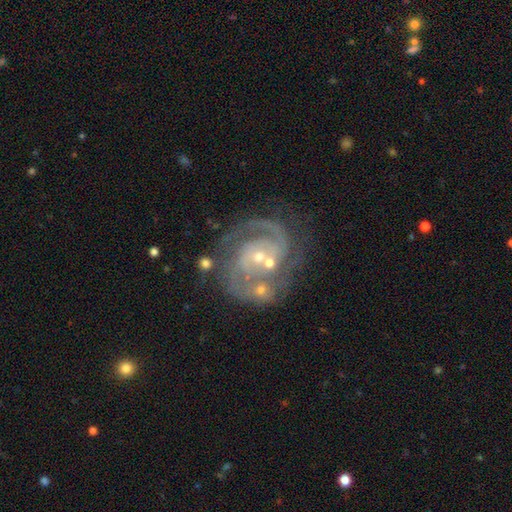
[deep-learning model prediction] smooth-or-featured: featured or disk: 90% | star or artifact: 6% | smooth: 4%
  disk-edge-on: no: 98% | yes: 2%
    bar: no: 48% | weak: 38% | strong: 14%
    has-spiral-arms: yes: 98% | no: 2%
      spiral-winding: tight: 52% | medium: 41% | loose: 8%
      spiral-arm-count: 2: 71% | 3: 11% | can't tell: 8% | 1: 4% | 4: 3% | more than 4: 3%
    bulge-size: small: 72% | moderate: 23% | none: 3% | large: 1% | dominant: 1%
  merging: none: 54% | merger: 22% | minor disturbance: 15% | major disturbance: 9%